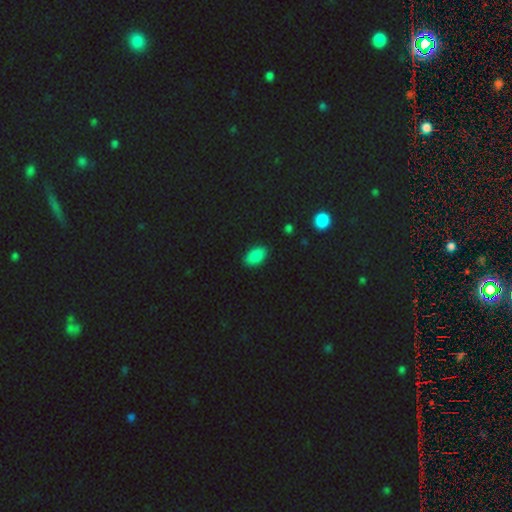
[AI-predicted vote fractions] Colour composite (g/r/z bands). It shows a smooth galaxy with no disk features (86%) that is in between round and cigar-shaped (93%). Merging: none (85%).